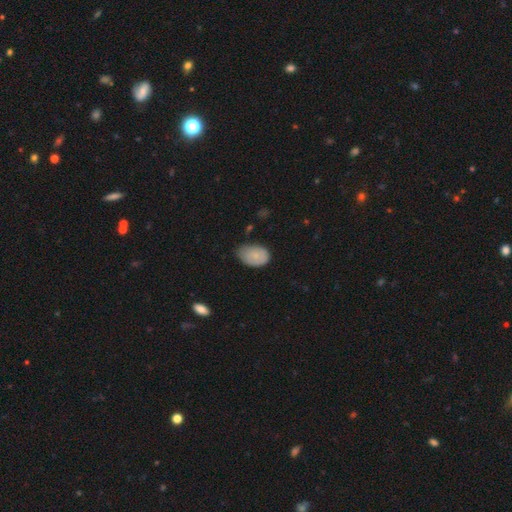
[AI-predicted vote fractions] A smooth galaxy with no disk features (77%) that is in between round and cigar-shaped (87%). Merging: none (54%).